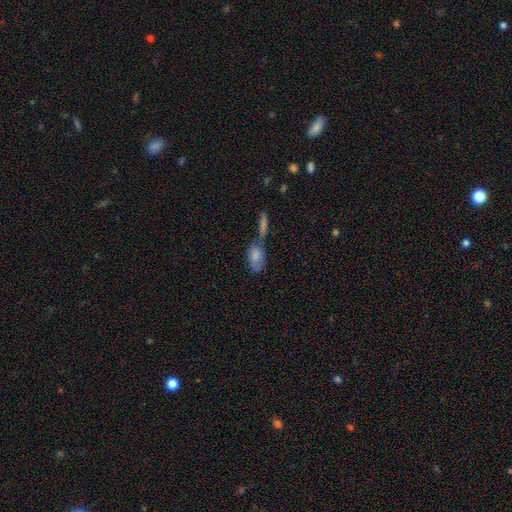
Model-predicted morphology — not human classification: Smooth or featured?
  - smooth: 76% *
  - featured or disk: 16%
  - star or artifact: 7%
How rounded?
  - in between: 86% *
  - cigar-shaped: 9%
  - round: 5%
Merging?
  - merger: 50% *
  - none: 30%
  - minor disturbance: 13%
  - major disturbance: 7%